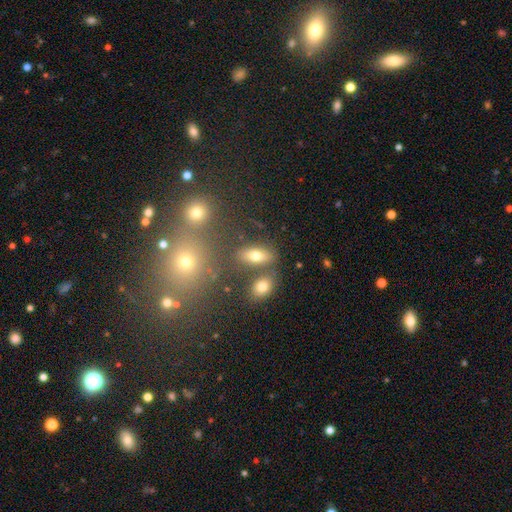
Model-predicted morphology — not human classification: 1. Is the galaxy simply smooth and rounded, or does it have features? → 72% smooth, 16% featured or disk, 13% star or artifact.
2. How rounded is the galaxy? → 84% in between, 8% round, 8% cigar-shaped.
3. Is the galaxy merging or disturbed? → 72% none, 12% merger, 12% minor disturbance, 5% major disturbance.